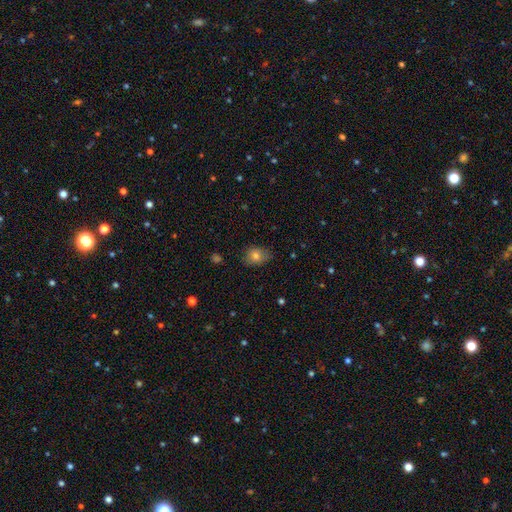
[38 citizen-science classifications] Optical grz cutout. It shows a smooth galaxy with no disk features (82%) that is in between round and cigar-shaped (55%). Merging: none (91%).